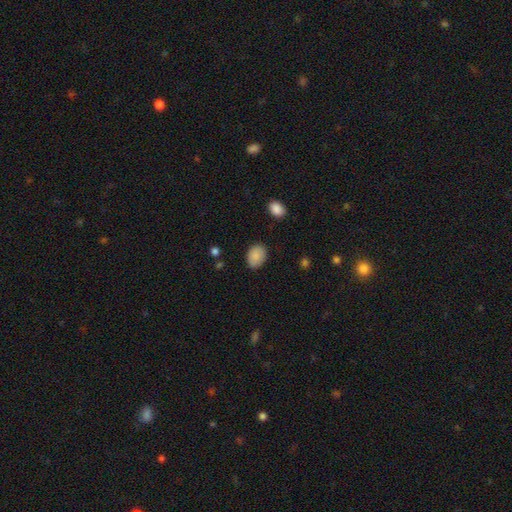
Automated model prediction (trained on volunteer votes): Smooth or featured? smooth (88%)
How rounded? in between (72%)
Merging? none (85%)